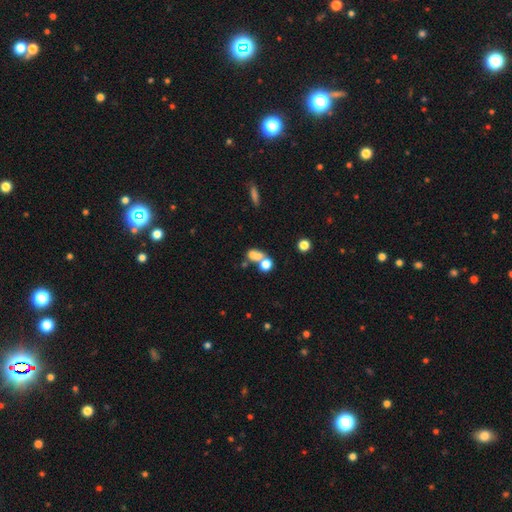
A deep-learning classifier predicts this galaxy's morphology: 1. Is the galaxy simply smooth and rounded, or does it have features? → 66% smooth, 19% featured or disk, 15% star or artifact.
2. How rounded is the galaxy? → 49% in between, 48% round, 3% cigar-shaped.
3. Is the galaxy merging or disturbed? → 57% merger, 28% none, 8% minor disturbance, 7% major disturbance.